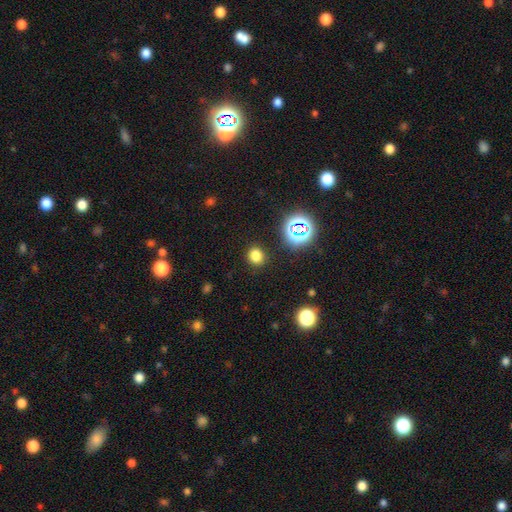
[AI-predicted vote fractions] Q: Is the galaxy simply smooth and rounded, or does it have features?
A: smooth — 75%.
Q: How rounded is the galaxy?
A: round — 77%.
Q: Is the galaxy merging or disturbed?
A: none — 88%.